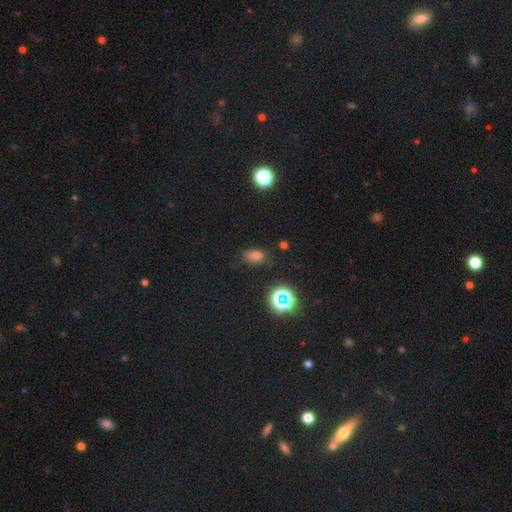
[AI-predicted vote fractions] Morphology: type=smooth (68%); roundness=in between (79%); merging=none (72%).